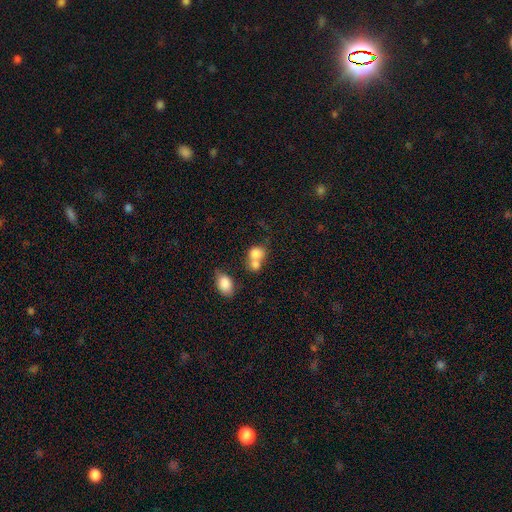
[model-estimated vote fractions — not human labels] Smooth or featured? Predicted: smooth (p=0.77). How rounded? Predicted: round (p=0.53). Merging? Predicted: merger (p=0.64).